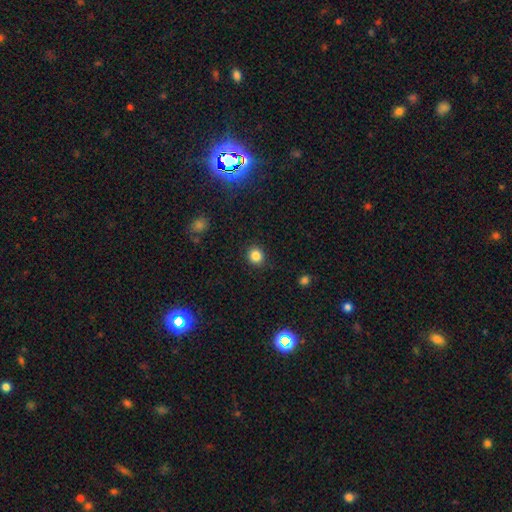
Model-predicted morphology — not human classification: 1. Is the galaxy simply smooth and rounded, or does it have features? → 84% smooth, 11% star or artifact, 4% featured or disk.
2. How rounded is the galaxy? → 87% round, 12% in between, 1% cigar-shaped.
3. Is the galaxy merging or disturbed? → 90% none, 7% minor disturbance, 2% major disturbance, 1% merger.